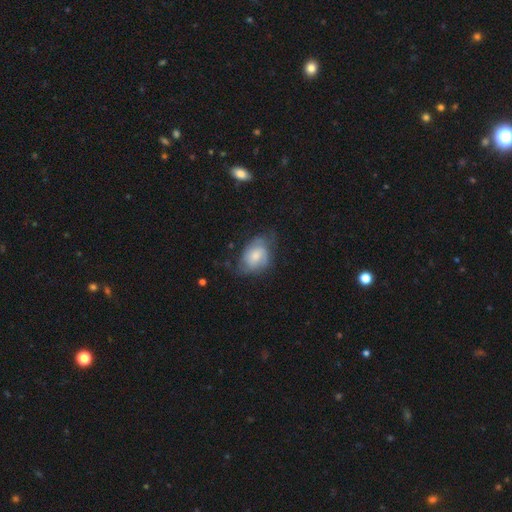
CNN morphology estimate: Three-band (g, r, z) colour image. It shows a smooth galaxy with no disk features (50%) that is in between round and cigar-shaped (72%). Merging: none (43%).